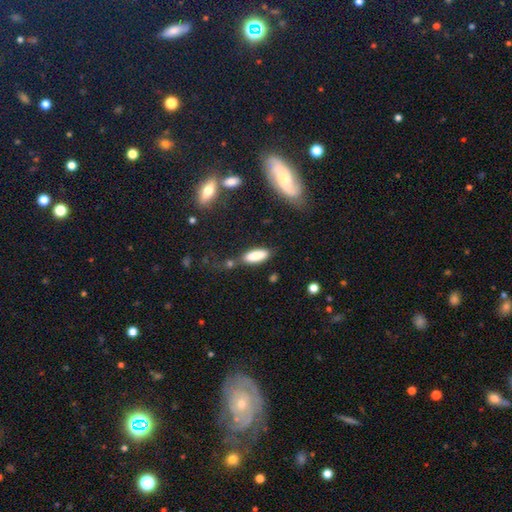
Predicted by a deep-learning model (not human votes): smooth 84%, featured or disk 9%, star or artifact 7%. Down the decision tree: how rounded — in between (71%); merging — none (66%).